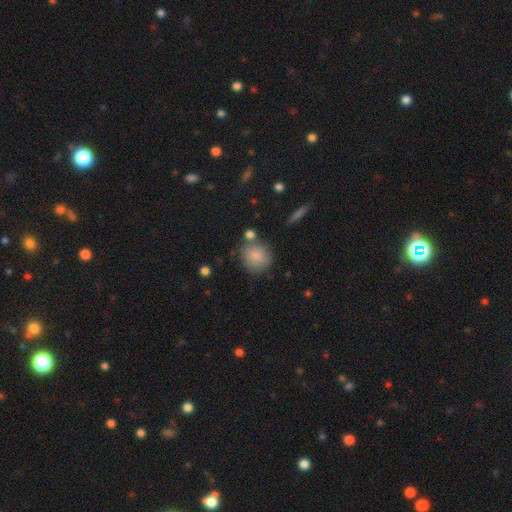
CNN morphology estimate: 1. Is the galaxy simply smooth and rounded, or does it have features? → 84% smooth, 8% star or artifact, 8% featured or disk.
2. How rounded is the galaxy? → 81% round, 18% in between, 1% cigar-shaped.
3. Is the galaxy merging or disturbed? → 69% none, 16% minor disturbance, 10% merger, 5% major disturbance.